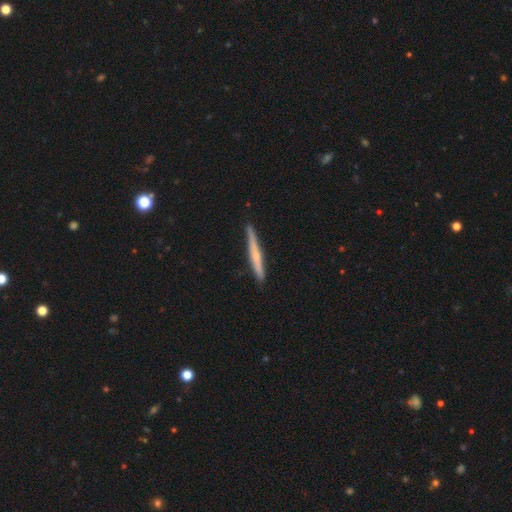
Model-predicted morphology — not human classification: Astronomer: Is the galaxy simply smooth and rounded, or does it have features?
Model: featured or disk — 52% (runner-up: smooth, 43%).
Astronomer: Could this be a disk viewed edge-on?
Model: yes — 97%.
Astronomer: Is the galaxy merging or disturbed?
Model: none — 89%.